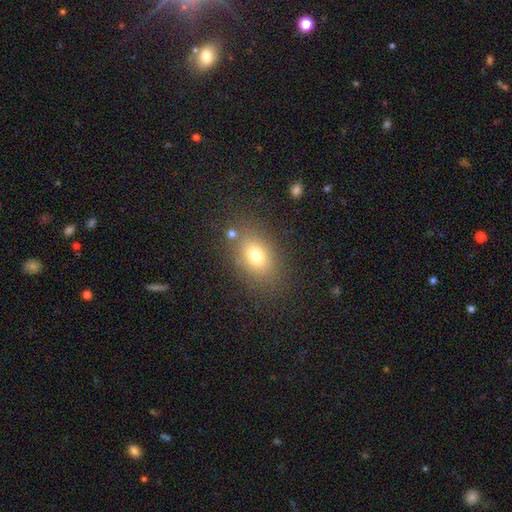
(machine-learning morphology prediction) The model was most divided on "how rounded": in between: 76%, round: 22%, cigar-shaped: 2%. More confident: merging — none (79%); smooth or featured — smooth (74%).